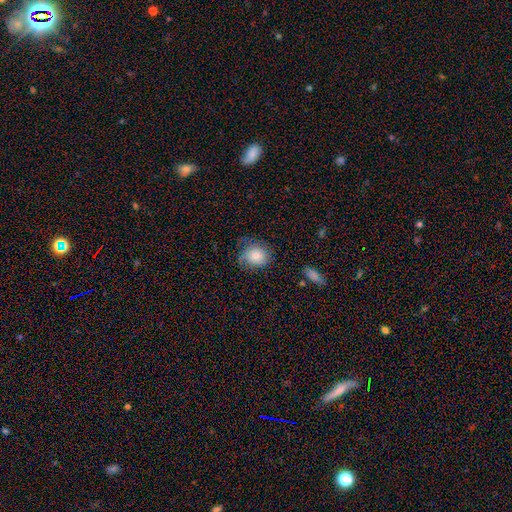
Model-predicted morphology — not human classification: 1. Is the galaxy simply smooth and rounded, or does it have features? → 70% smooth, 21% featured or disk, 9% star or artifact.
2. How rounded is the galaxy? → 71% round, 28% in between, 1% cigar-shaped.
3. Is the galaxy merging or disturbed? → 62% none, 25% minor disturbance, 11% major disturbance, 1% merger.